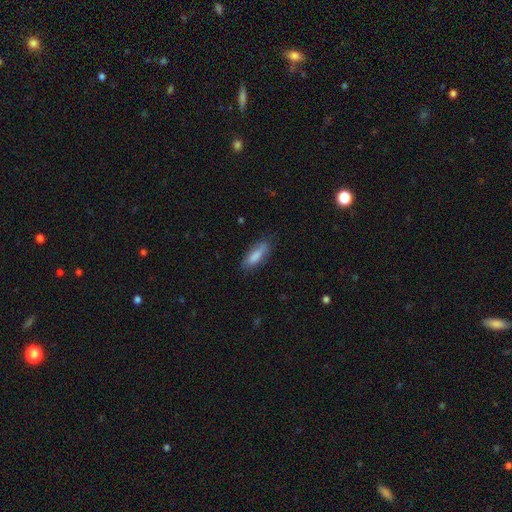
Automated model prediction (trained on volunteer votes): Smooth or featured? smooth (83%)
How rounded? in between (54%)
Merging? none (75%)